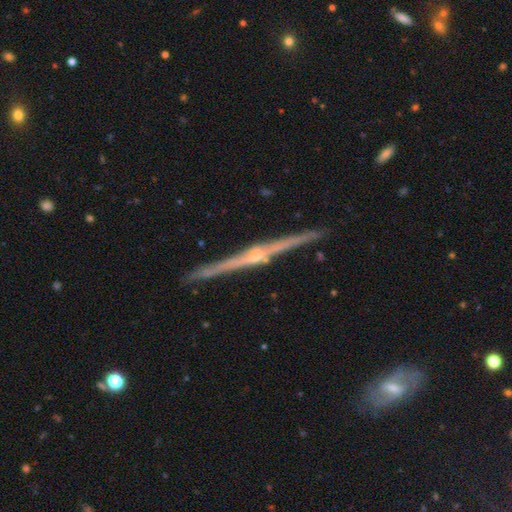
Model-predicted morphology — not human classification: Smooth or featured?
  - featured or disk: 90% *
  - smooth: 6%
  - star or artifact: 5%
Edge-on disk?
  - yes: 99% *
  - no: 1%
Edge-on bulge?
  - rounded: 82% *
  - none: 9%
  - boxy: 9%
Merging?
  - none: 91% *
  - minor disturbance: 7%
  - merger: 1%
  - major disturbance: 1%